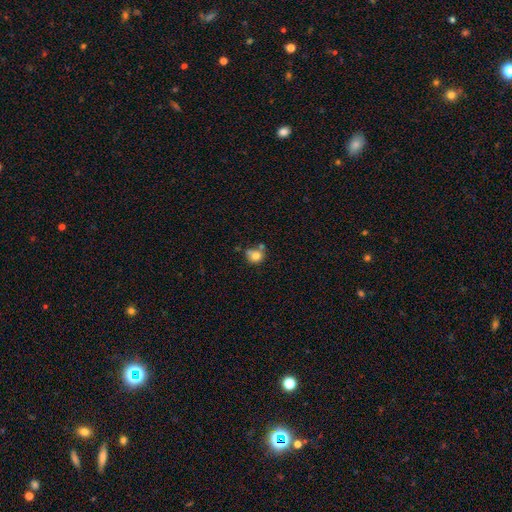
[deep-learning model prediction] This is likely a smooth galaxy (76%). How rounded: likely round (75%). Merging: possibly none (47%).